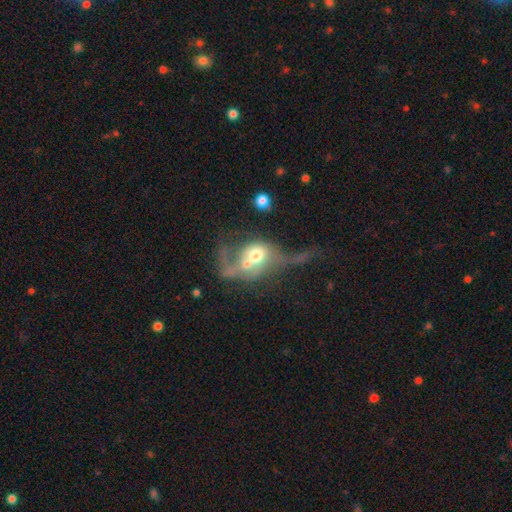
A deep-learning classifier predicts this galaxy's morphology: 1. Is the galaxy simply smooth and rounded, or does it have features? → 53% featured or disk, 38% smooth, 9% star or artifact.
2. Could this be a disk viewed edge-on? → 93% no, 7% yes.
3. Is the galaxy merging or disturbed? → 45% merger, 35% major disturbance, 11% none, 9% minor disturbance.